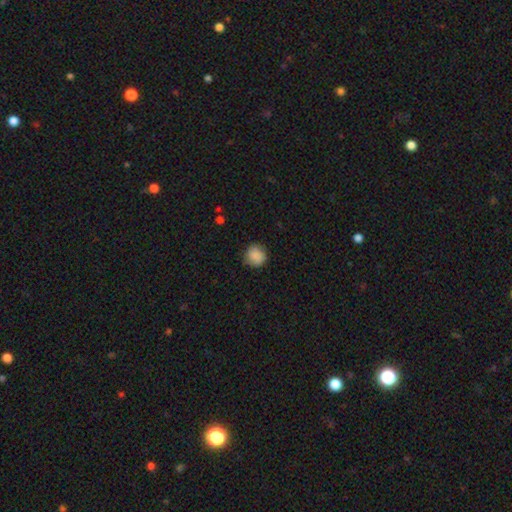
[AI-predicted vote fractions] smooth_or_featured: smooth (p=0.87) [alt: star or artifact p=0.08]
how_rounded: round (p=0.88) [alt: in between p=0.11]
merging: none (p=0.80) [alt: minor disturbance p=0.15]